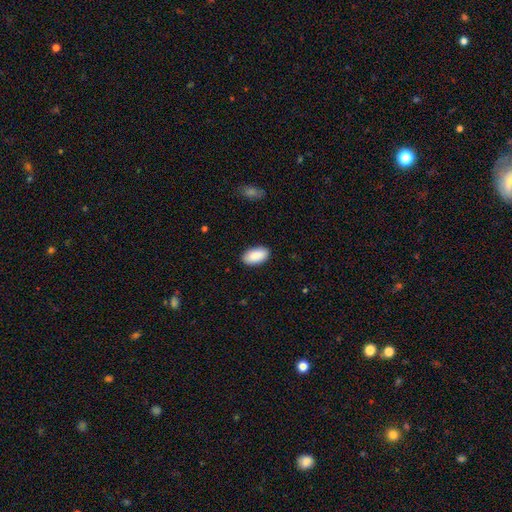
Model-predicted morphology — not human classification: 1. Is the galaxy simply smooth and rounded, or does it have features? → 90% smooth, 6% star or artifact, 5% featured or disk.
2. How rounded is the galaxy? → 95% in between, 2% round, 2% cigar-shaped.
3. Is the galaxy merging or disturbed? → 89% none, 8% minor disturbance, 2% major disturbance, 1% merger.